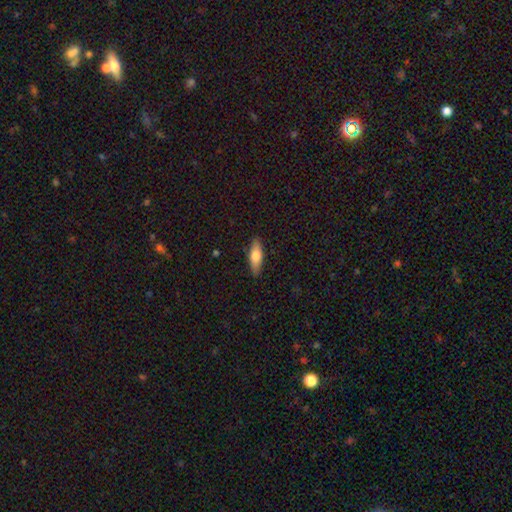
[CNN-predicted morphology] This appears to be a smooth galaxy with no disk features (66%) that is in between round and cigar-shaped (57%). Merging: none (88%).